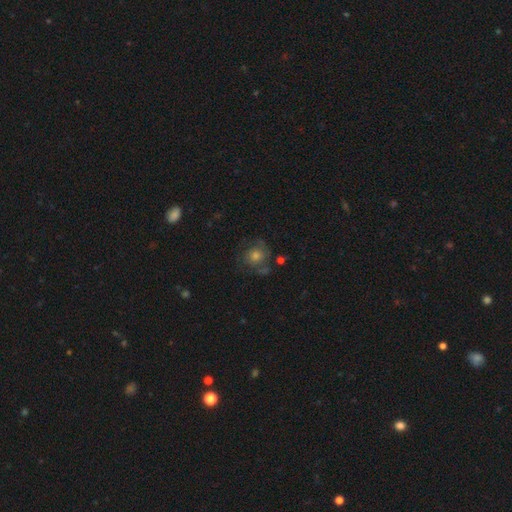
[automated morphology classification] A featured or disk galaxy (50%). Merging: none (67%).